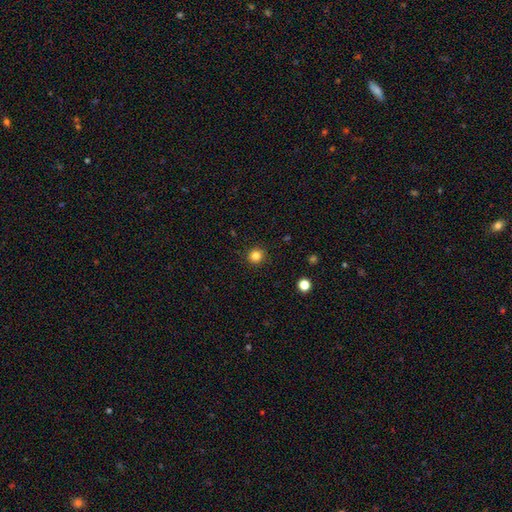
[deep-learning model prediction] smooth-or-featured: smooth: 83% | star or artifact: 12% | featured or disk: 4%
  how-rounded: round: 94% | in between: 5% | cigar-shaped: 1%
  merging: none: 92% | minor disturbance: 5% | major disturbance: 2% | merger: 1%